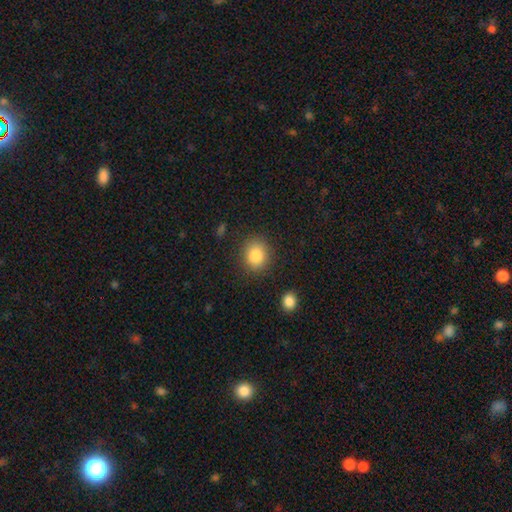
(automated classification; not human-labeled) Q: Smooth or featured?
A: smooth (84%); runner-up: star or artifact (9%)
Q: How rounded?
A: round (75%); runner-up: in between (24%)
Q: Merging?
A: none (86%); runner-up: minor disturbance (9%)